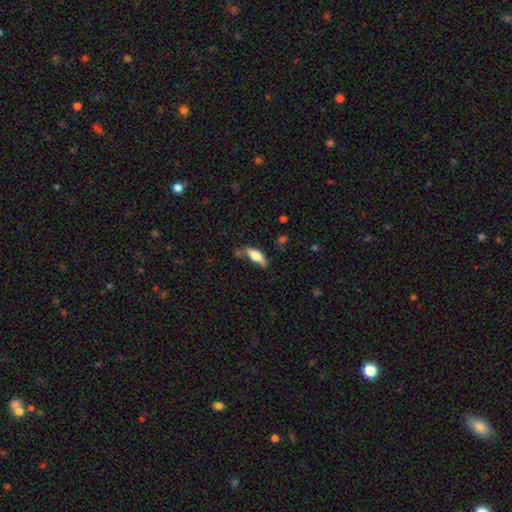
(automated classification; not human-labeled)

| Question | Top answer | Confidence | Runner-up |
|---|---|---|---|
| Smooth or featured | smooth | 74% | featured or disk (20%) |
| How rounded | in between | 66% | cigar-shaped (32%) |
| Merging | none | 54% | minor disturbance (30%) |